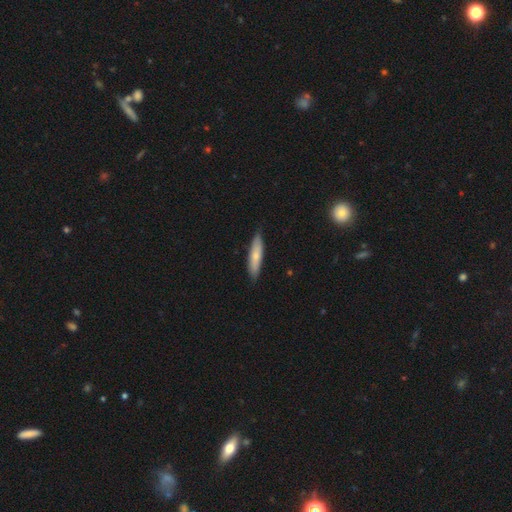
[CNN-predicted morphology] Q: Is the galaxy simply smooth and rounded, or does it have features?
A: smooth — 71%.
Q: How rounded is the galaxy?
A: cigar-shaped — 72%.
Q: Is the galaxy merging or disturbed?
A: none — 83%.